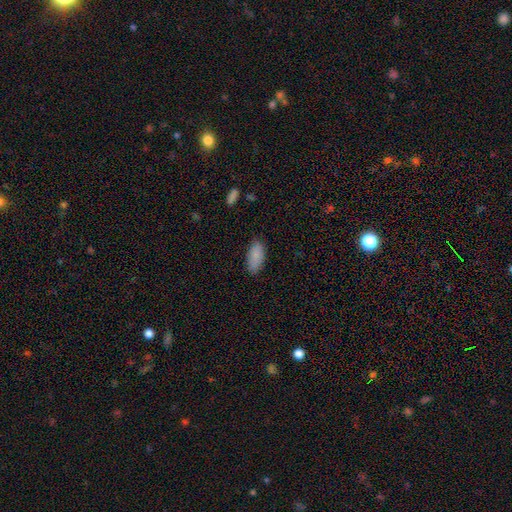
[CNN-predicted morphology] Q: Smooth or featured?
A: smooth (87%); runner-up: star or artifact (7%)
Q: How rounded?
A: in between (89%); runner-up: cigar-shaped (9%)
Q: Merging?
A: none (82%); runner-up: minor disturbance (15%)